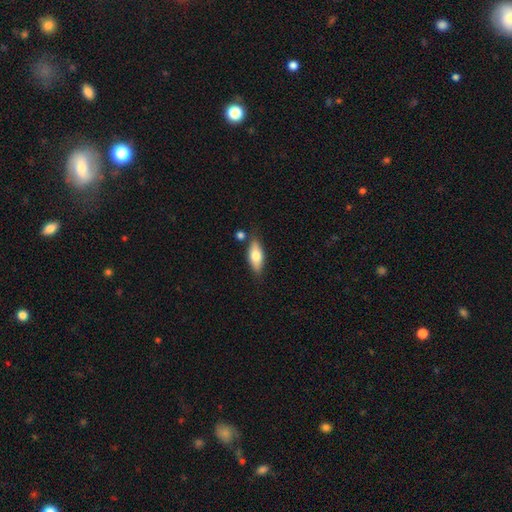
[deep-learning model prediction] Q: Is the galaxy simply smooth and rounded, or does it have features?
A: smooth — 70%.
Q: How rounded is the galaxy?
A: in between — 77%.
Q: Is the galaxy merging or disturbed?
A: none — 76%.